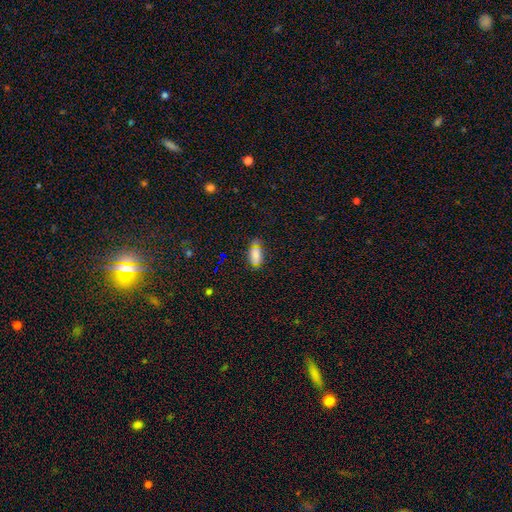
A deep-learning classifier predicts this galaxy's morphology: This is likely a smooth galaxy (70%). How rounded: clearly in between (89%). Merging: likely none (71%).